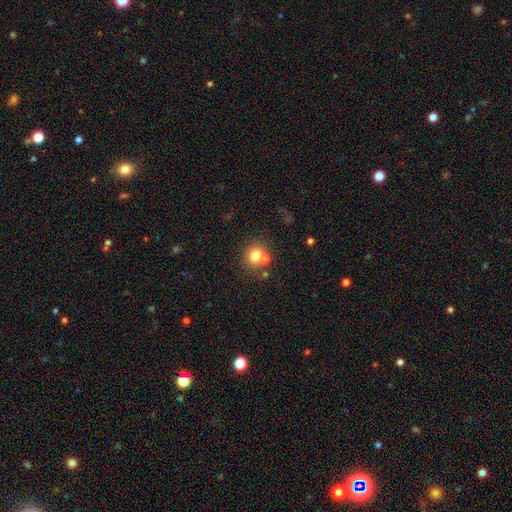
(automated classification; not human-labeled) Morphology: type=smooth (74%); roundness=round (80%); merging=none (62%).